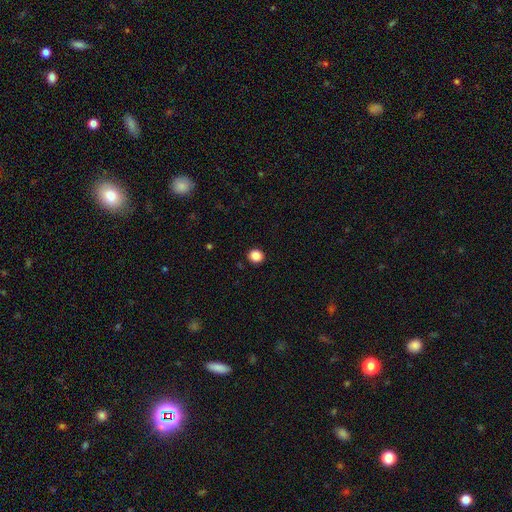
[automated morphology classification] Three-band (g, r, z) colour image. It shows a smooth galaxy with no disk features (87%) that is round (86%). Merging: none (92%).